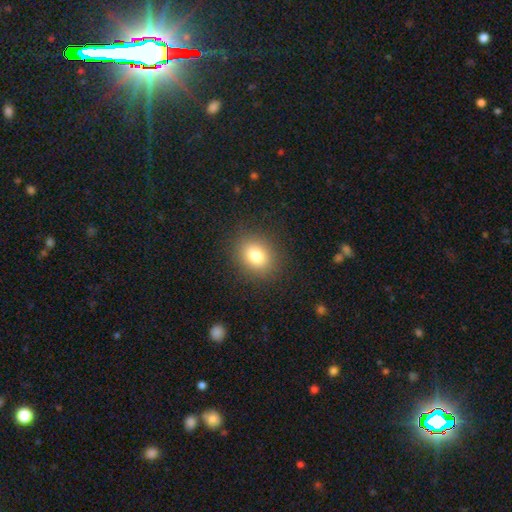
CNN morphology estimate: This is clearly a smooth galaxy (80%). How rounded: possibly round (57%). Merging: clearly none (88%).